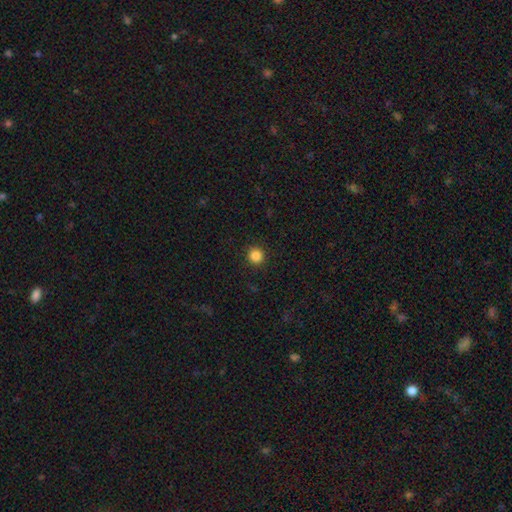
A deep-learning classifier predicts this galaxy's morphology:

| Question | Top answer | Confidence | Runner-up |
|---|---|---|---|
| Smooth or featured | smooth | 85% | star or artifact (11%) |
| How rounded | round | 94% | in between (5%) |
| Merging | none | 92% | minor disturbance (5%) |